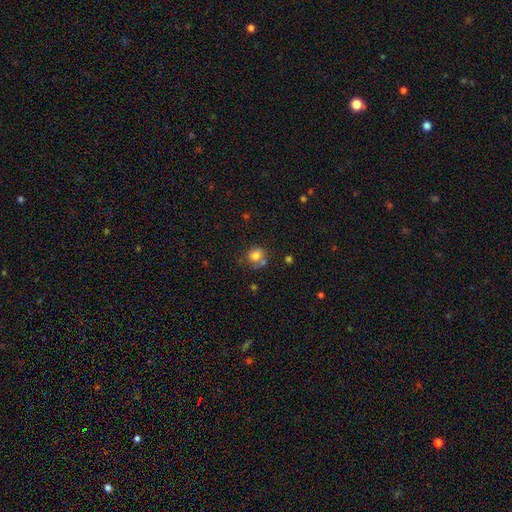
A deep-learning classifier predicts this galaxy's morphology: type=smooth (73%); roundness=round (66%); merging=none (46%).